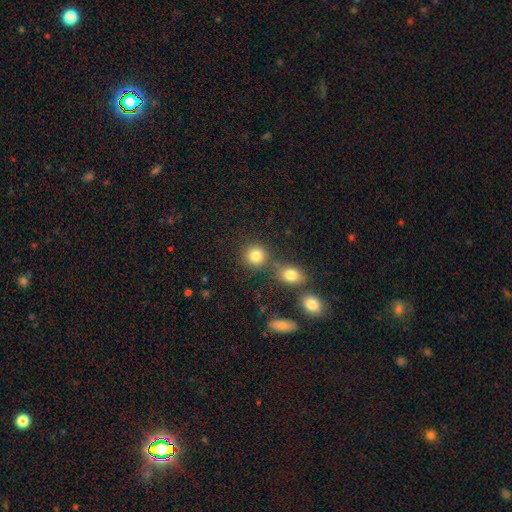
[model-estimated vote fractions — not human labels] Smooth or featured? Predicted: smooth (p=0.83). How rounded? Predicted: round (p=0.86). Merging? Predicted: none (p=0.69).